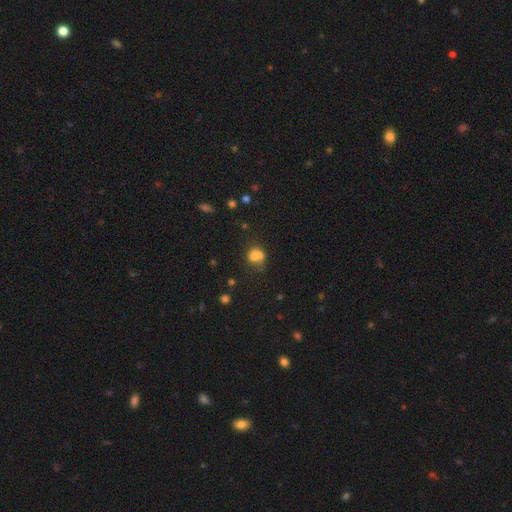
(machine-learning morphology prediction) A smooth galaxy with no disk features (66%) that is round (66%). Merging: merger (56%).